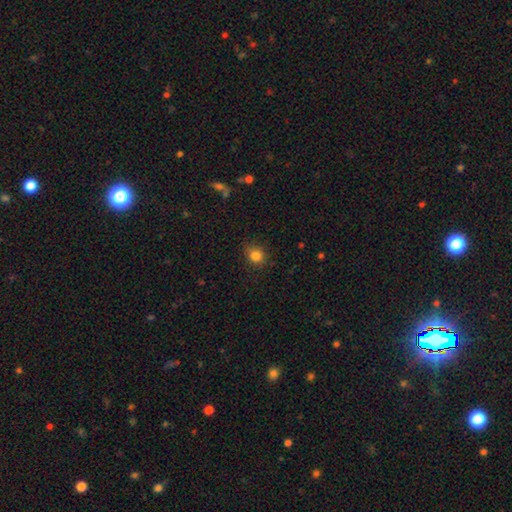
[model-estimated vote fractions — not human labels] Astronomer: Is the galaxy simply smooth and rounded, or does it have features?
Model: smooth — 83%.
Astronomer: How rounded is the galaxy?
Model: round — 76%.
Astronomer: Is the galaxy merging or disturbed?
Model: none — 84%.